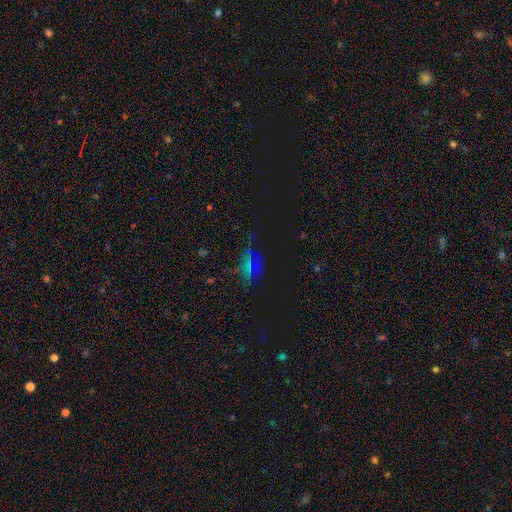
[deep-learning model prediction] star or artifact 54%, smooth 34%, featured or disk 13%.